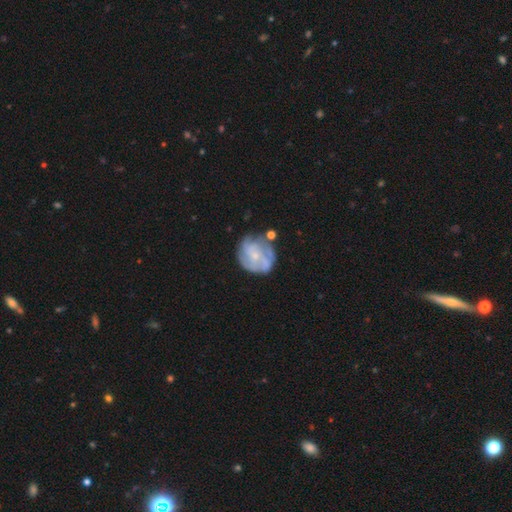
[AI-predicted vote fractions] Smooth or featured? featured or disk (70%)
Edge-on disk? no (98%)
Bar? no (74%)
Spiral arms? yes (78%)
Spiral winding? tight (49%)
Spiral arm count? can't tell (39%)
Bulge size? small (72%)
Merging? none (59%)